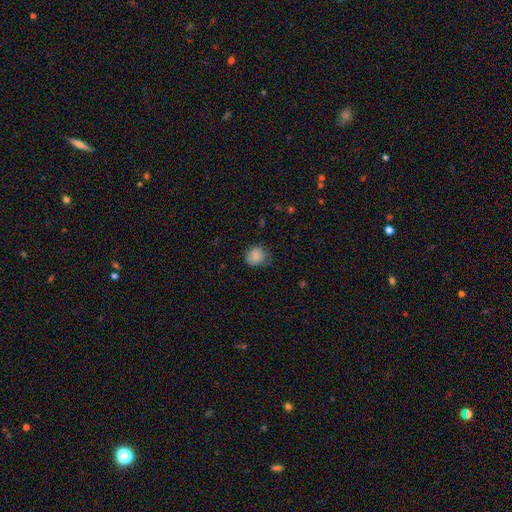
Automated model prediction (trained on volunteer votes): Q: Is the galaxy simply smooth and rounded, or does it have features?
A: smooth — 84%.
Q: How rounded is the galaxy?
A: round — 73%.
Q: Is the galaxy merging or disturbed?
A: none — 66%.